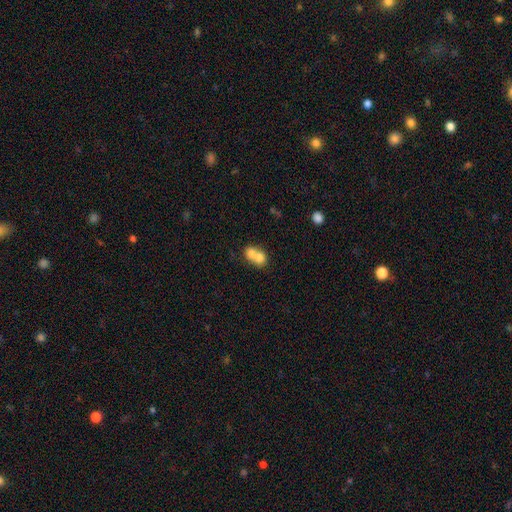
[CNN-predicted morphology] type=smooth (71%); roundness=round (65%); merging=merger (73%).